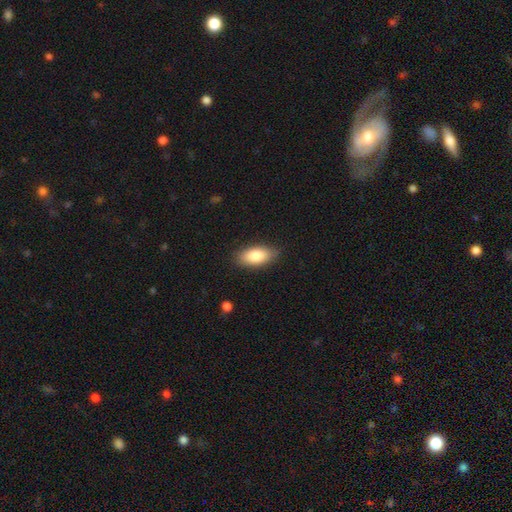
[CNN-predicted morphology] smooth 83%, featured or disk 10%, star or artifact 6%. Down the decision tree: how rounded — in between (89%); merging — none (84%).